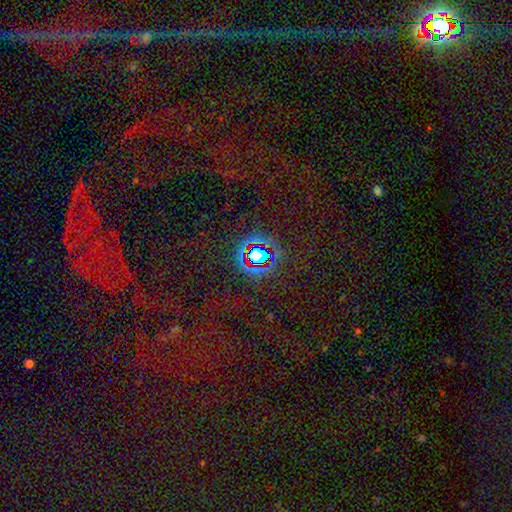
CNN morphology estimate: This is likely a star or artifact rather than a galaxy (77%).